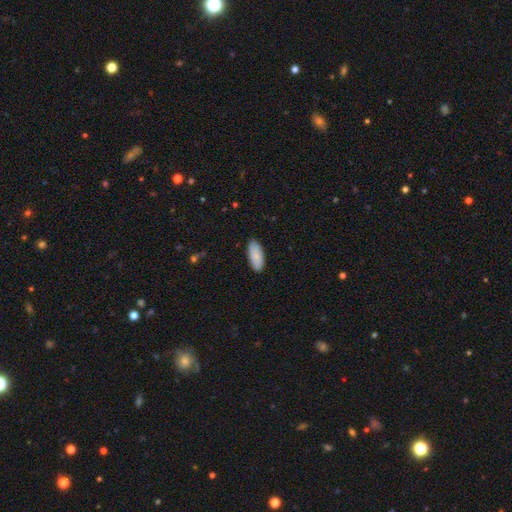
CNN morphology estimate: smooth-or-featured: smooth: 81% | featured or disk: 13% | star or artifact: 6%
  how-rounded: in between: 88% | cigar-shaped: 10% | round: 2%
  merging: none: 84% | minor disturbance: 13% | major disturbance: 2% | merger: 1%